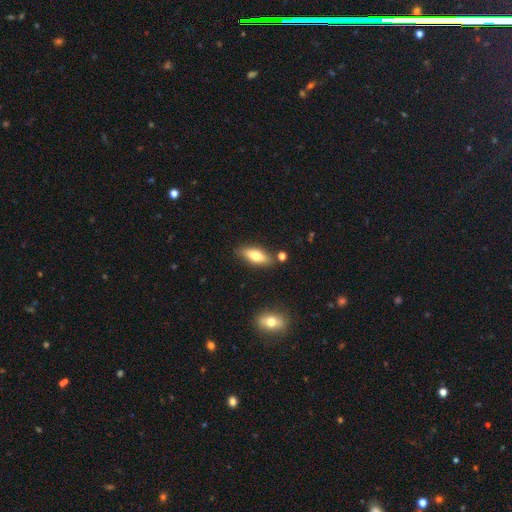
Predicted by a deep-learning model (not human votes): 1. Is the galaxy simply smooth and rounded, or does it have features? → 65% smooth, 28% featured or disk, 7% star or artifact.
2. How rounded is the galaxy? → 64% in between, 33% cigar-shaped, 3% round.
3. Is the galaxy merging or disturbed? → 81% none, 11% minor disturbance, 5% merger, 2% major disturbance.